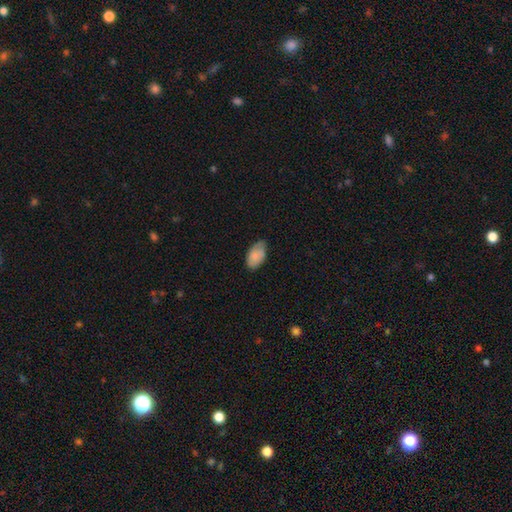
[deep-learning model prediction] Smooth or featured: smooth — 79% (featured or disk — 14%)
How rounded: in between — 94% (round — 4%)
Merging: none — 62% (minor disturbance — 31%)